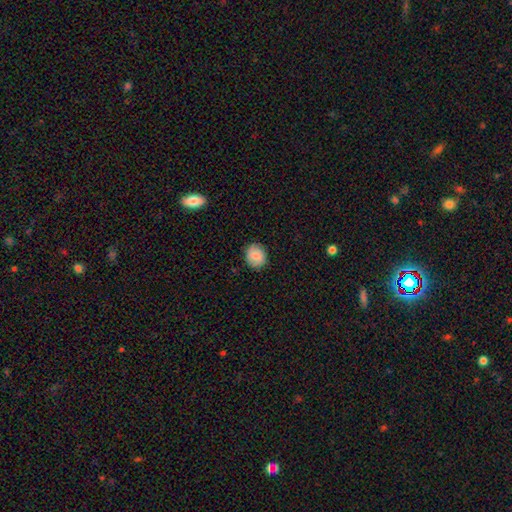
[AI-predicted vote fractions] This is clearly a smooth galaxy (85%). How rounded: likely round (76%). Merging: clearly none (88%).